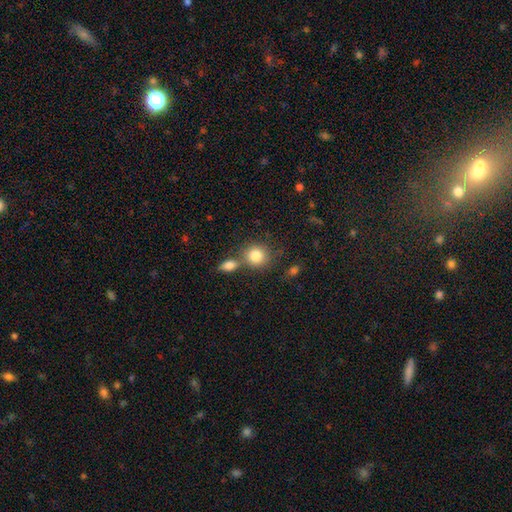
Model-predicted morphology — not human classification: A smooth galaxy with no disk features (83%) that is round (83%). Merging: none (56%).